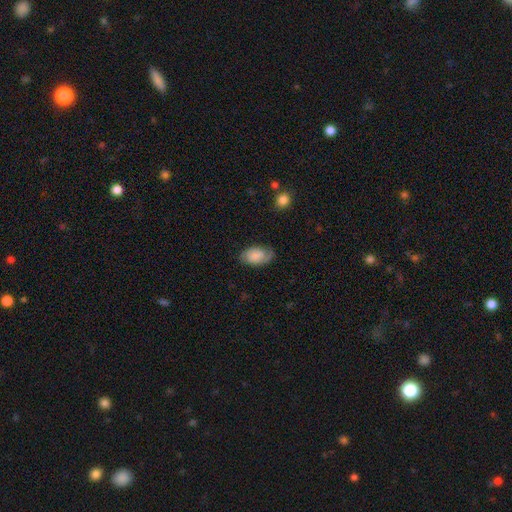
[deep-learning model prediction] Smooth or featured?
  - smooth: 55% *
  - featured or disk: 38%
  - star or artifact: 8%
How rounded?
  - in between: 93% *
  - round: 5%
  - cigar-shaped: 2%
Merging?
  - none: 70% *
  - minor disturbance: 22%
  - major disturbance: 7%
  - merger: 1%